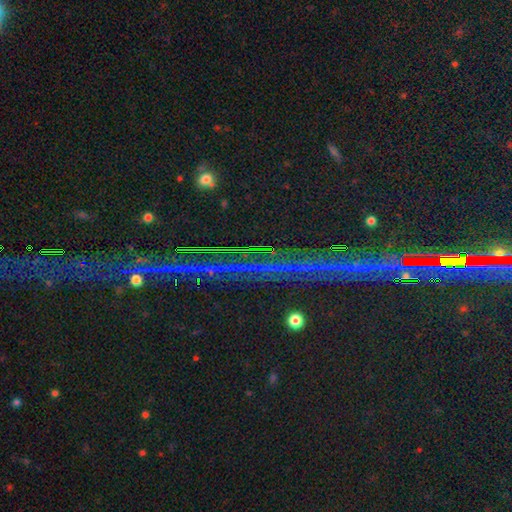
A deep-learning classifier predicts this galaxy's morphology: Smooth or featured?
  - star or artifact: 87% *
  - featured or disk: 7%
  - smooth: 6%